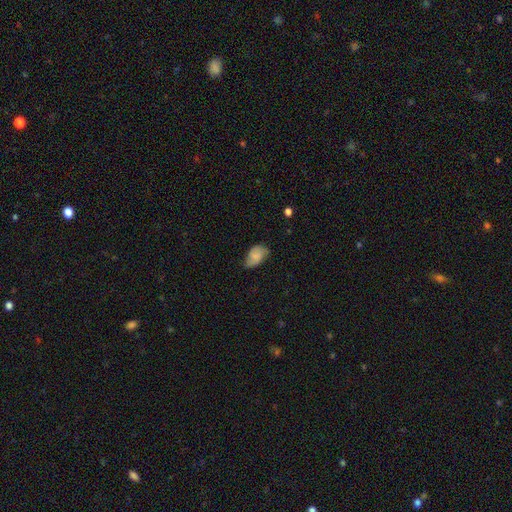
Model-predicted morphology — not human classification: smooth_or_featured: smooth (p=0.67) [alt: featured or disk p=0.24]
how_rounded: in between (p=0.90) [alt: round p=0.09]
merging: none (p=0.51) [alt: minor disturbance p=0.36]